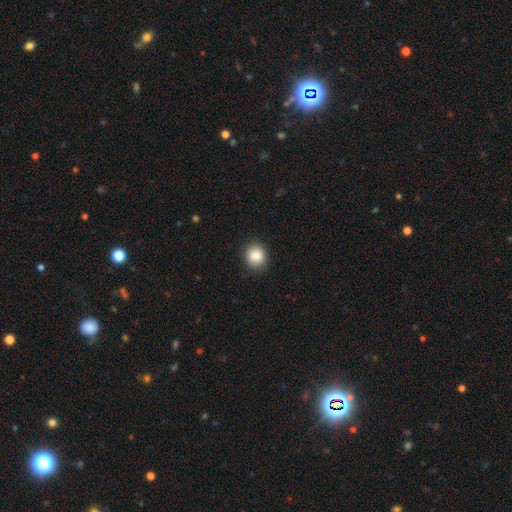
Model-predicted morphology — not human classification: Smooth or featured? smooth (86%)
How rounded? round (79%)
Merging? none (89%)